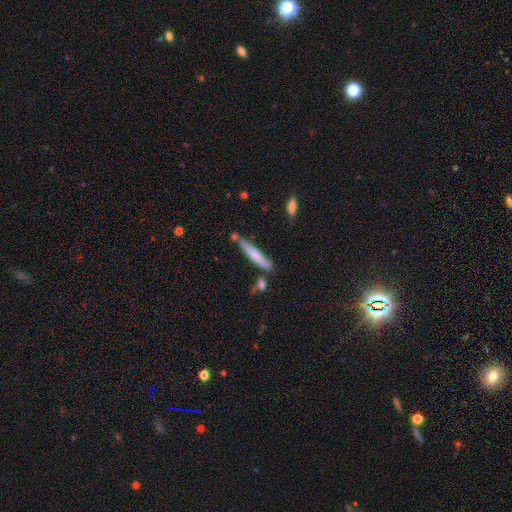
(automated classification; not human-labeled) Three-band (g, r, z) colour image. It shows a smooth galaxy with no disk features (71%) that is cigar-shaped (91%). Merging: none (68%).